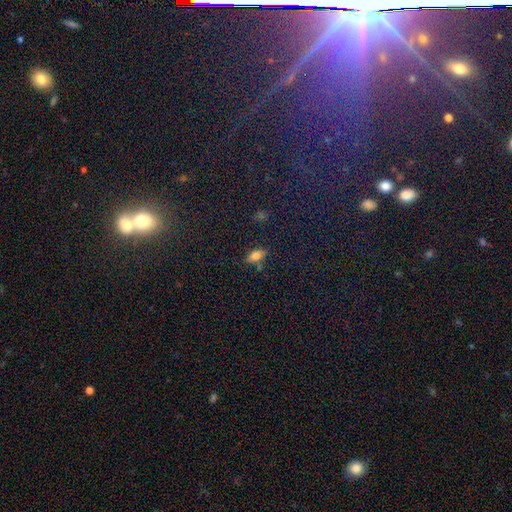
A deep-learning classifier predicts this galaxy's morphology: Q: Smooth or featured?
A: smooth (73%); runner-up: featured or disk (14%)
Q: How rounded?
A: in between (83%); runner-up: cigar-shaped (11%)
Q: Merging?
A: none (70%); runner-up: minor disturbance (17%)